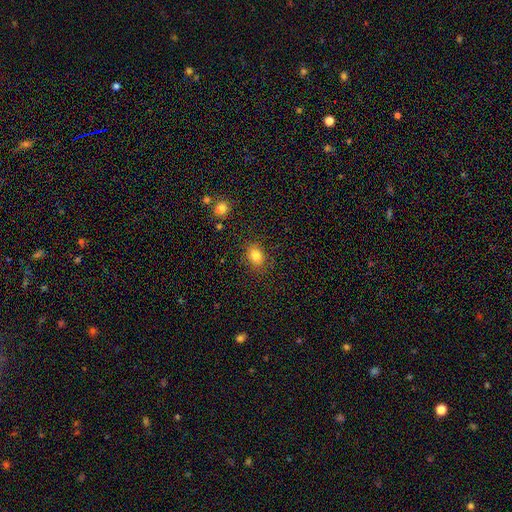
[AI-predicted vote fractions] smooth_or_featured: smooth (p=0.82) [alt: star or artifact p=0.11]
how_rounded: in between (p=0.55) [alt: round p=0.44]
merging: none (p=0.84) [alt: minor disturbance p=0.11]